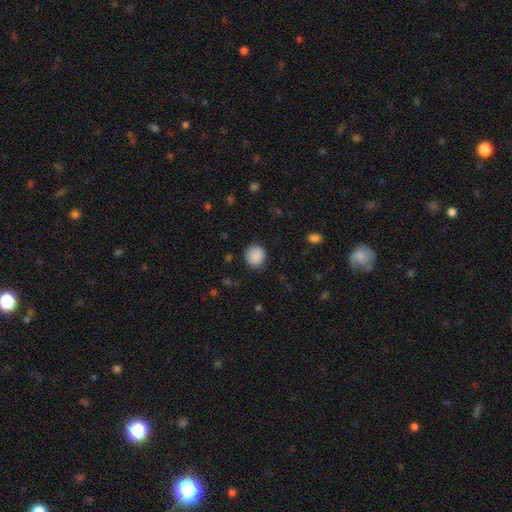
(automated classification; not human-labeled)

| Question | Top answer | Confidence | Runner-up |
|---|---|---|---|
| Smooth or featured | smooth | 88% | star or artifact (8%) |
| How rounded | round | 84% | in between (15%) |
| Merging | none | 83% | minor disturbance (12%) |